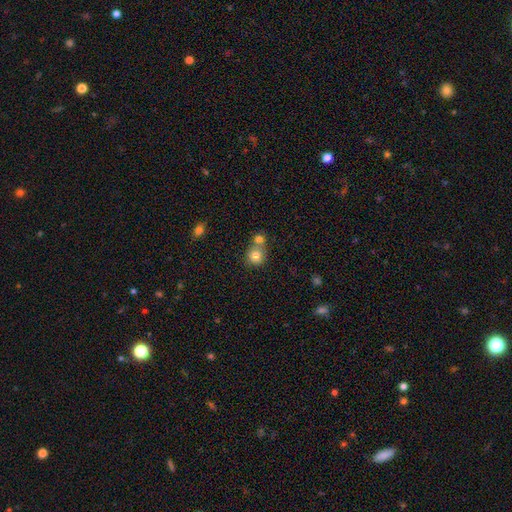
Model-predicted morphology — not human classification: This is likely a smooth galaxy (80%). How rounded: clearly round (87%). Merging: possibly none (50%).